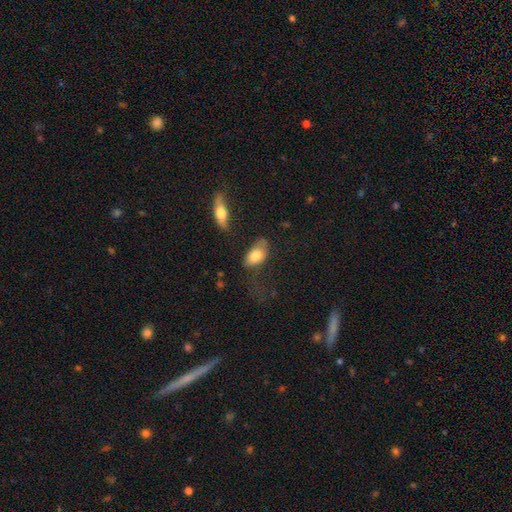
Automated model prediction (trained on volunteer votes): Q: Smooth or featured?
A: smooth (78%); runner-up: featured or disk (16%)
Q: How rounded?
A: in between (91%); runner-up: round (5%)
Q: Merging?
A: none (49%); runner-up: minor disturbance (28%)